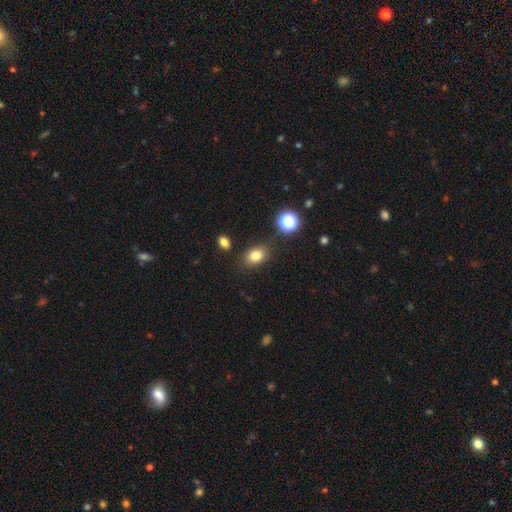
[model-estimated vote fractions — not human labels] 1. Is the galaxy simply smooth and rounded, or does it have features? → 80% smooth, 12% star or artifact, 8% featured or disk.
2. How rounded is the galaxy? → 72% in between, 27% round, 1% cigar-shaped.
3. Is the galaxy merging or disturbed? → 82% none, 11% minor disturbance, 4% merger, 3% major disturbance.